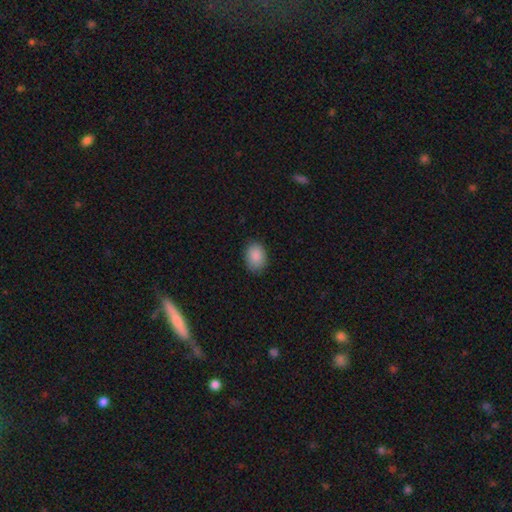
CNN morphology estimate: Smooth or featured: smooth — 89% (star or artifact — 7%)
How rounded: in between — 72% (round — 27%)
Merging: none — 84% (minor disturbance — 12%)